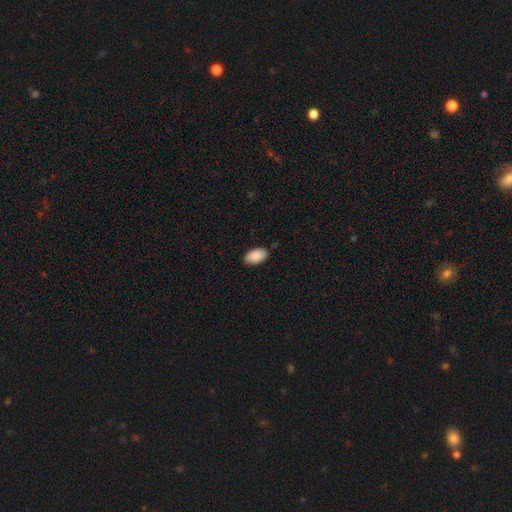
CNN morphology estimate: type=smooth (90%); roundness=in between (95%); merging=none (84%).